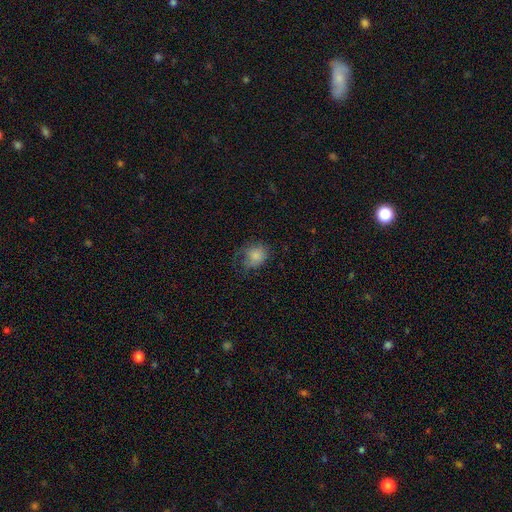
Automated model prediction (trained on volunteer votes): A smooth galaxy with no disk features (79%) that is round (60%). Merging: none (48%).